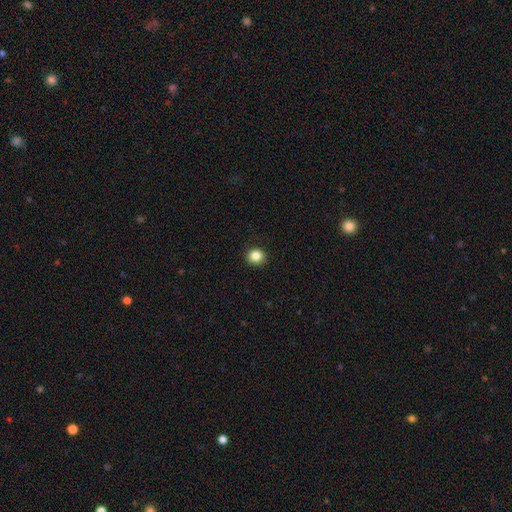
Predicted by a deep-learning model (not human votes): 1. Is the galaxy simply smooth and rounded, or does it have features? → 85% smooth, 11% star or artifact, 4% featured or disk.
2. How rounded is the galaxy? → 88% round, 11% in between, 1% cigar-shaped.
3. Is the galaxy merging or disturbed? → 91% none, 6% minor disturbance, 2% major disturbance, 1% merger.